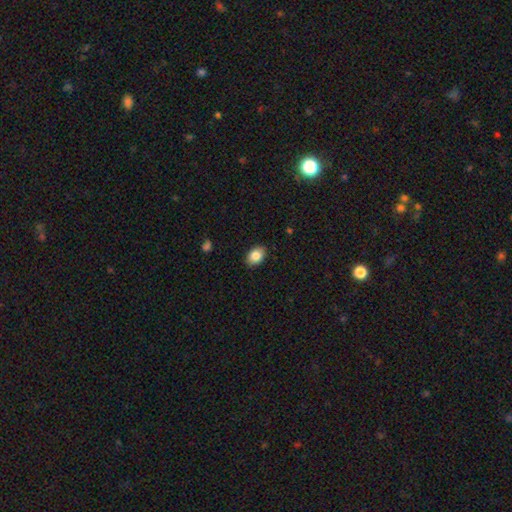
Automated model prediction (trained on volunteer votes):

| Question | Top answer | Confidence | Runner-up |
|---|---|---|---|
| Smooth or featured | smooth | 85% | star or artifact (7%) |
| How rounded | in between | 83% | round (16%) |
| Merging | none | 87% | minor disturbance (10%) |